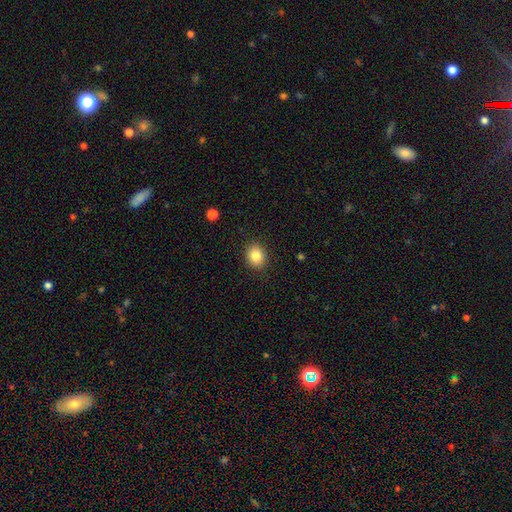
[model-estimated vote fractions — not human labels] Q: Smooth or featured?
A: smooth (85%); runner-up: star or artifact (9%)
Q: How rounded?
A: round (60%); runner-up: in between (39%)
Q: Merging?
A: none (89%); runner-up: minor disturbance (8%)